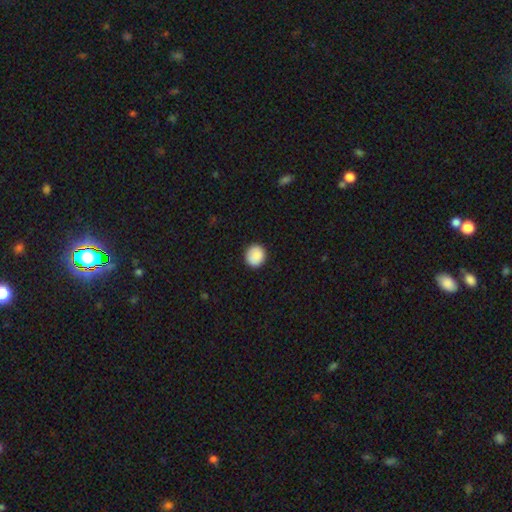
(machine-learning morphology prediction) Smooth or featured: smooth — 89% (star or artifact — 7%)
How rounded: round — 88% (in between — 11%)
Merging: none — 90% (minor disturbance — 7%)